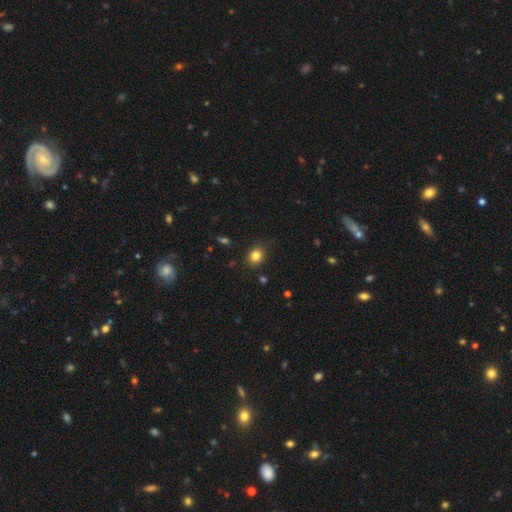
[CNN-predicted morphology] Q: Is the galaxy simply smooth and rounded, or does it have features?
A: smooth — 83%.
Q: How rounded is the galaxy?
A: round — 60%.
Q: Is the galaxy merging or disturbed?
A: none — 83%.